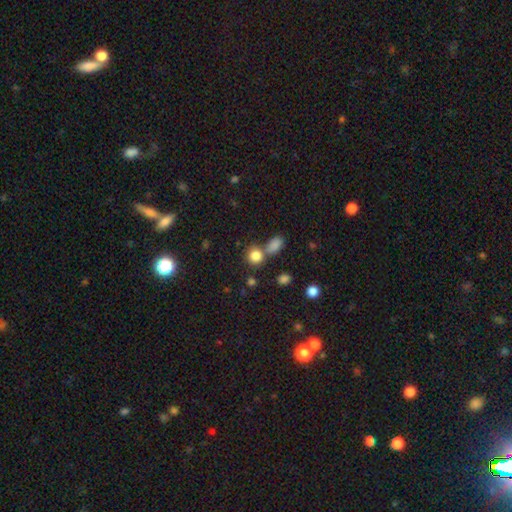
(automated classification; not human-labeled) smooth 83%, star or artifact 11%, featured or disk 6%. Down the decision tree: how rounded — round (79%); merging — none (56%).